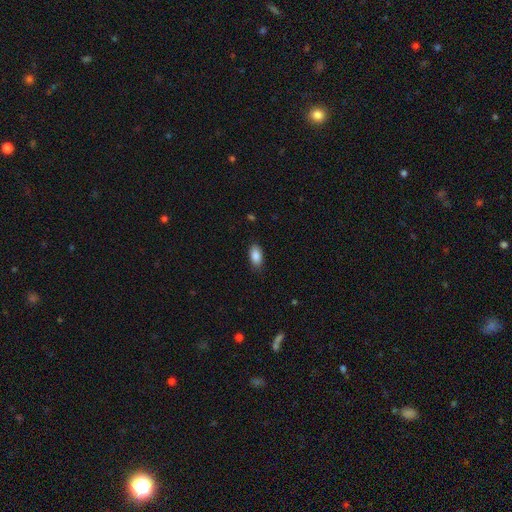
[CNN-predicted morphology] Q: Smooth or featured?
A: smooth (88%); runner-up: star or artifact (7%)
Q: How rounded?
A: in between (93%); runner-up: round (4%)
Q: Merging?
A: none (83%); runner-up: minor disturbance (14%)